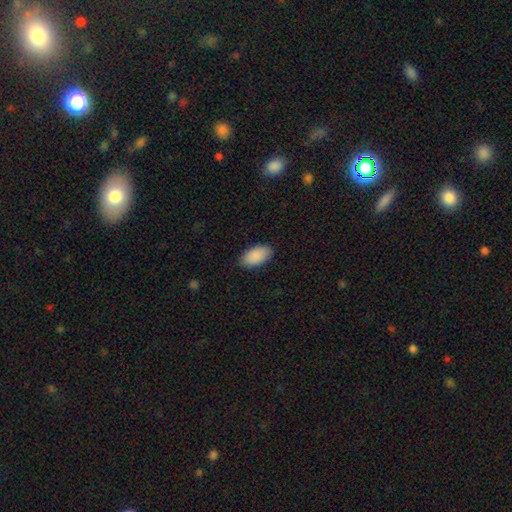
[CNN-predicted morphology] smooth-or-featured: smooth: 90% | star or artifact: 6% | featured or disk: 4%
  how-rounded: in between: 95% | round: 3% | cigar-shaped: 2%
  merging: none: 86% | minor disturbance: 11% | major disturbance: 2% | merger: 1%